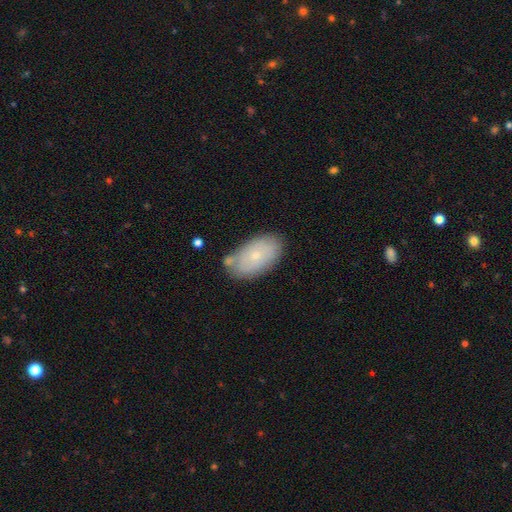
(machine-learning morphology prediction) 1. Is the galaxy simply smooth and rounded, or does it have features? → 62% smooth, 31% featured or disk, 7% star or artifact.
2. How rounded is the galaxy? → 94% in between, 5% round, 2% cigar-shaped.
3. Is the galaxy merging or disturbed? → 70% none, 19% minor disturbance, 7% merger, 4% major disturbance.